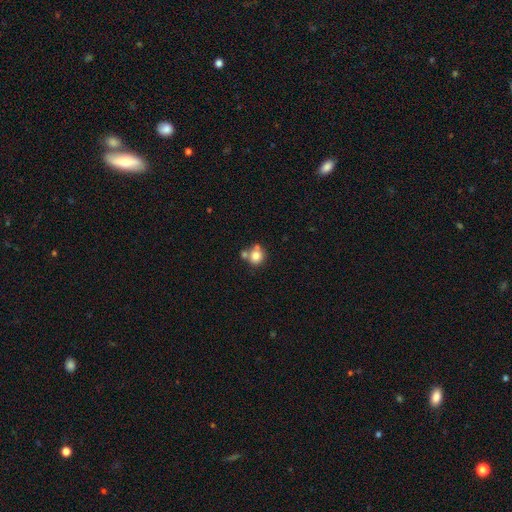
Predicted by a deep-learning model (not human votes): Smooth or featured? smooth (78%)
How rounded? round (84%)
Merging? none (52%)